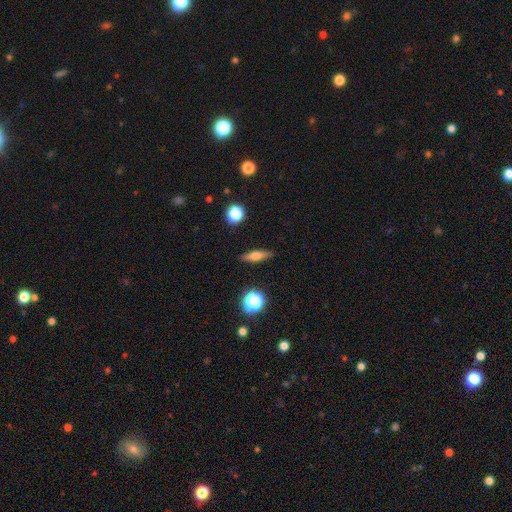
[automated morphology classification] The model was most divided on "how rounded": cigar-shaped: 60%, in between: 33%, round: 7%. More confident: merging — none (87%); smooth or featured — smooth (60%).